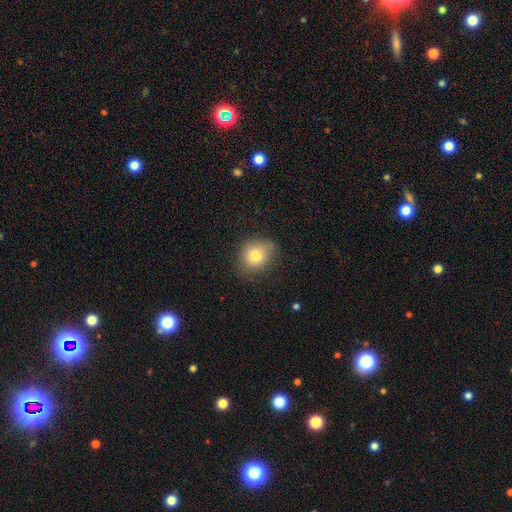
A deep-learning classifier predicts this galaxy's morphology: The model was most divided on "how rounded": round: 59%, in between: 40%, cigar-shaped: 1%. More confident: smooth or featured — smooth (78%); merging — none (71%).